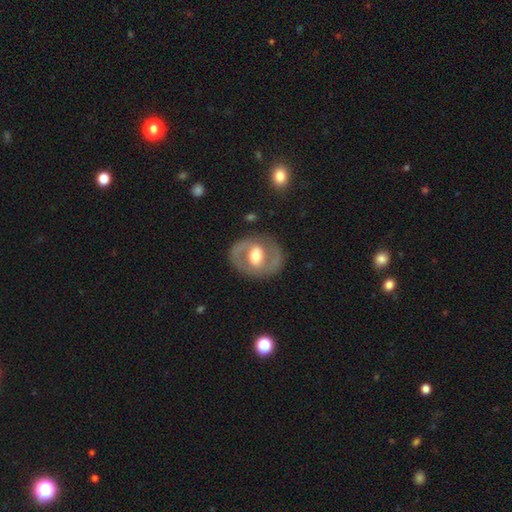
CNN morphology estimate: Q: Smooth or featured?
A: featured or disk (67%); runner-up: smooth (28%)
Q: Edge-on disk?
A: no (95%); runner-up: yes (5%)
Q: Bar?
A: weak (41%); runner-up: no (30%)
Q: Spiral arms?
A: yes (53%); runner-up: no (47%)
Q: Bulge size?
A: moderate (68%); runner-up: large (19%)
Q: Merging?
A: none (80%); runner-up: minor disturbance (12%)